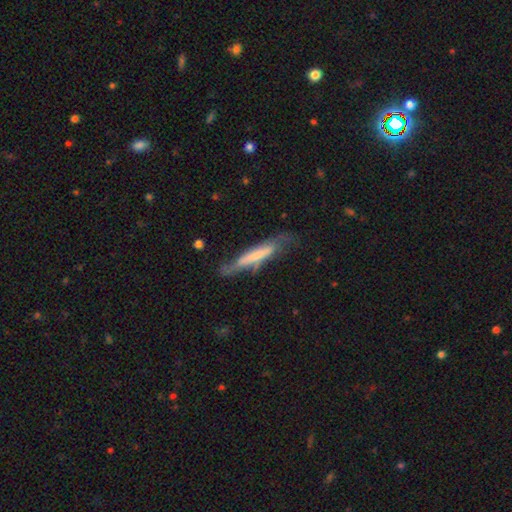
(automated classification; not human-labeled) This appears to be a smooth galaxy with no disk features (47%). Merging: none (53%).